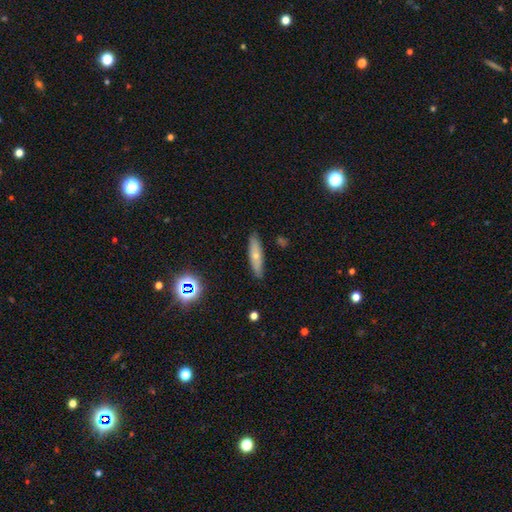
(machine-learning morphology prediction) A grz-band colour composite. It shows a smooth galaxy with no disk features (58%) that is cigar-shaped (68%). Merging: none (85%).